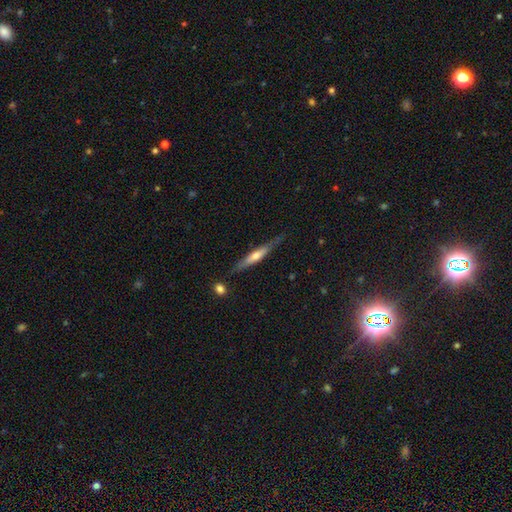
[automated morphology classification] A featured or disk galaxy (55%) viewed edge-on (93%) with a rounded central bulge (67%).

Vote fractions:
- Smooth or featured? featured or disk: 55% / smooth: 39% / star or artifact: 6%
- Edge-on disk? yes: 93% / no: 7%
- Edge-on bulge? rounded: 67% / none: 22% / boxy: 11%
- Merging? none: 75% / minor disturbance: 18% / major disturbance: 4% / merger: 3%